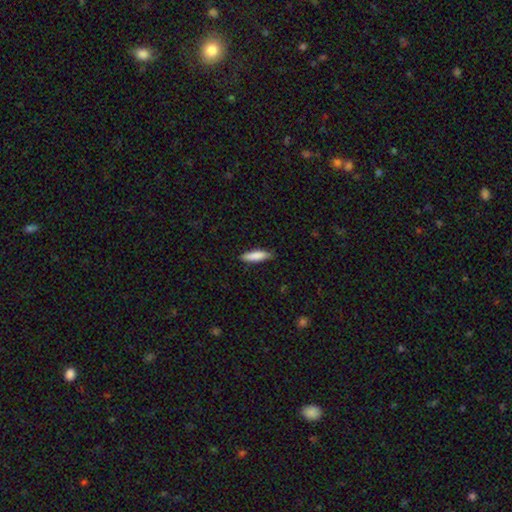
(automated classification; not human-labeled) This appears to be a smooth galaxy with no disk features (85%) that is cigar-shaped (64%). Merging: none (84%).